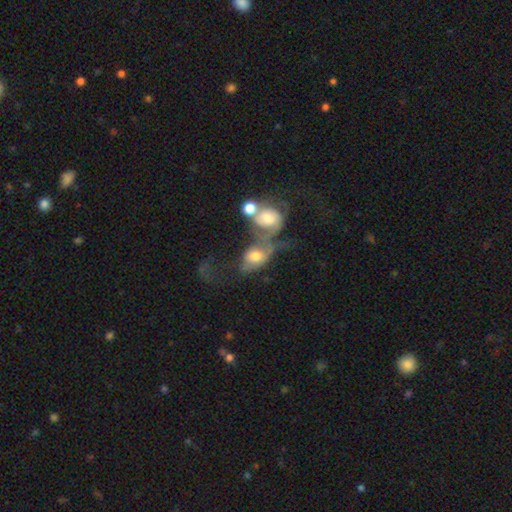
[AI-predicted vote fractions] A smooth galaxy with no disk features (52%) that is in between round and cigar-shaped (65%). Merging: merger (63%).